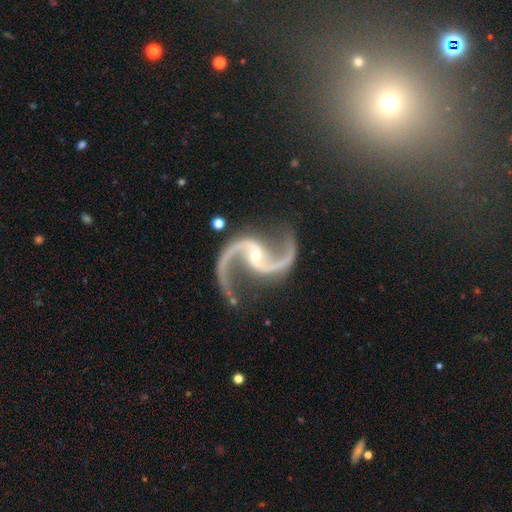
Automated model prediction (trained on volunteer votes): Smooth or featured? featured or disk (94%)
Edge-on disk? no (98%)
Bar? no (45%)
Spiral arms? yes (99%)
Spiral winding? loose (62%)
Spiral arm count? 2 (95%)
Bulge size? small (75%)
Merging? none (76%)